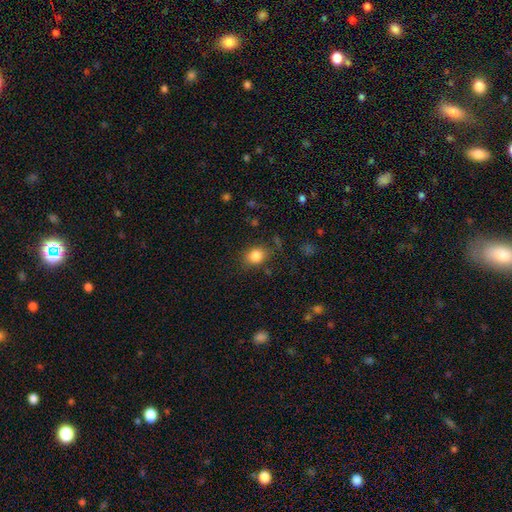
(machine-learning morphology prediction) smooth_or_featured: smooth (p=0.84) [alt: star or artifact p=0.10]
how_rounded: round (p=0.52) [alt: in between p=0.47]
merging: none (p=0.78) [alt: minor disturbance p=0.15]